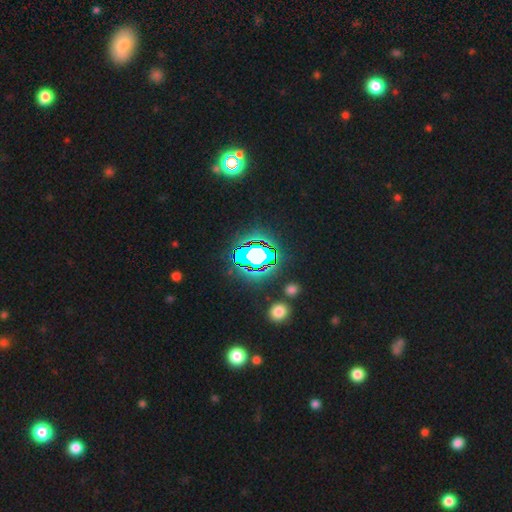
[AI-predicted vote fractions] Smooth or featured? star or artifact (67%)